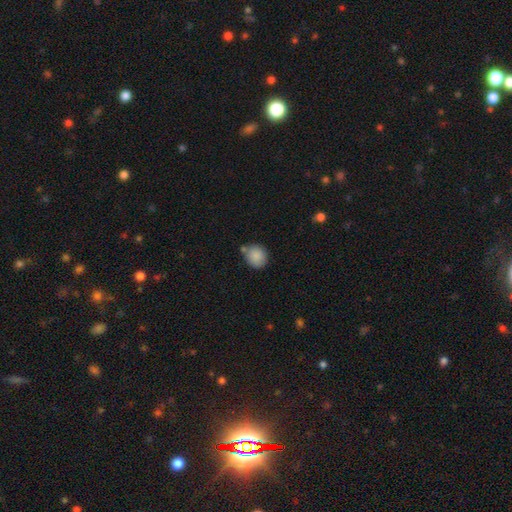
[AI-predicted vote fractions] A smooth galaxy with no disk features (88%) that is round (77%).

Vote fractions:
- Smooth or featured? smooth: 88% / star or artifact: 8% / featured or disk: 4%
- How rounded? round: 77% / in between: 22% / cigar-shaped: 1%
- Merging? none: 67% / minor disturbance: 16% / merger: 13% / major disturbance: 4%